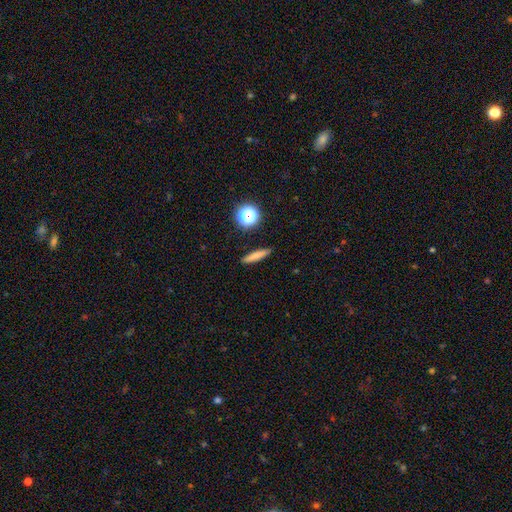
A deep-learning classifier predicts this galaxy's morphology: This is likely a smooth galaxy (71%). How rounded: clearly cigar-shaped (84%). Merging: clearly none (90%).